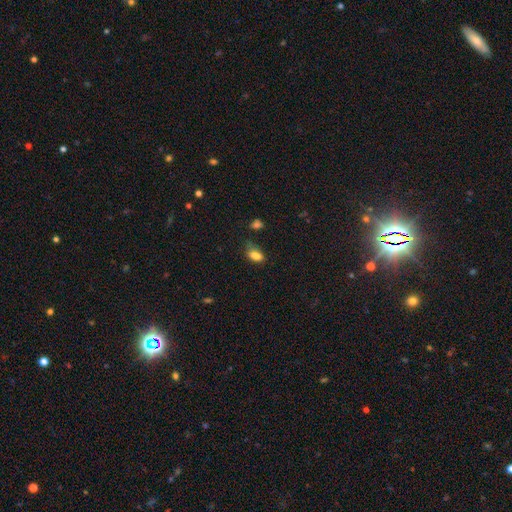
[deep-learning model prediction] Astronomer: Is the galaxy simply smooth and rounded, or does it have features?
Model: smooth — 81%.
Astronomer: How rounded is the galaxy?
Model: in between — 86%.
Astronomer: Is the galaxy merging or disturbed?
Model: none — 45% (runner-up: minor disturbance, 34%).